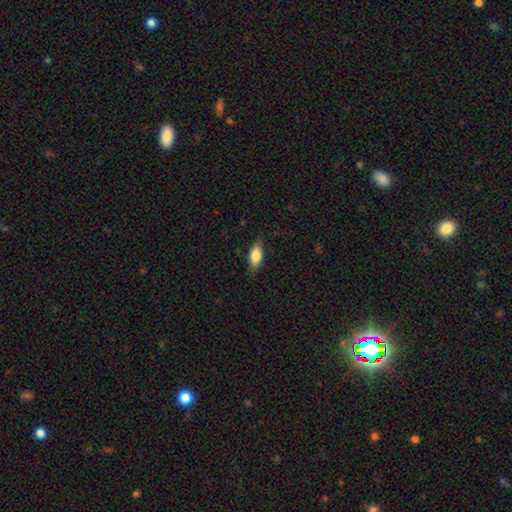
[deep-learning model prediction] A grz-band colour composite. It shows a smooth galaxy with no disk features (77%) that is in between round and cigar-shaped (83%). Merging: none (79%).